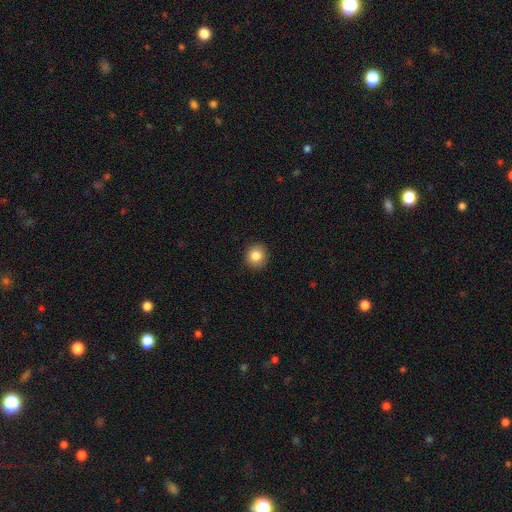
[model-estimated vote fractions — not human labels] The model was most divided on "smooth or featured": smooth: 84%, star or artifact: 10%, featured or disk: 6%. More confident: merging — none (91%); how rounded — round (90%).